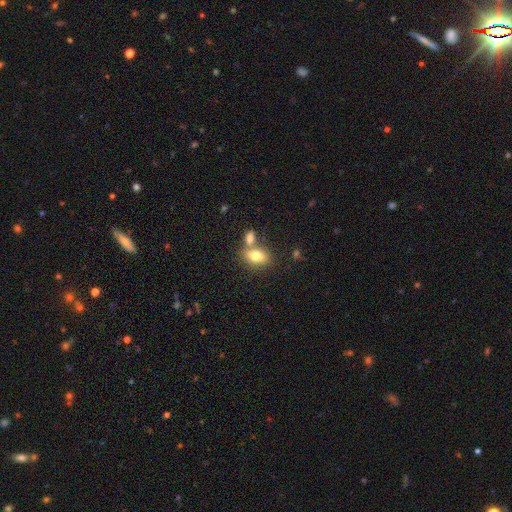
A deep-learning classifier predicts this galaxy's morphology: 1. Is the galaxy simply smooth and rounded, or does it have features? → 77% smooth, 14% featured or disk, 8% star or artifact.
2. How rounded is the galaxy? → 83% in between, 14% round, 3% cigar-shaped.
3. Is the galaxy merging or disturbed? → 50% none, 36% merger, 11% minor disturbance, 4% major disturbance.